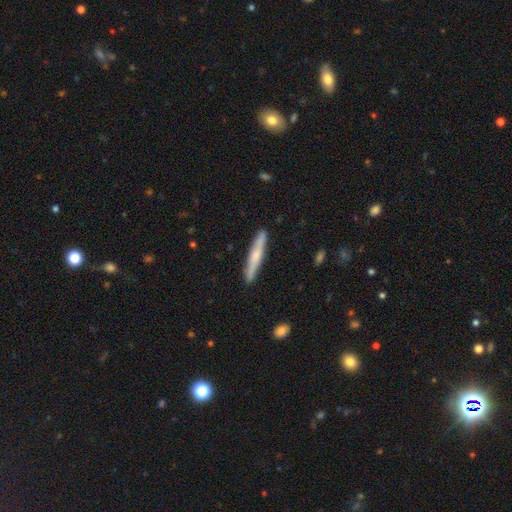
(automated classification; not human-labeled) smooth_or_featured: smooth (p=0.55) [alt: featured or disk p=0.40]
how_rounded: cigar-shaped (p=0.94) [alt: in between p=0.04]
merging: none (p=0.90) [alt: minor disturbance p=0.07]